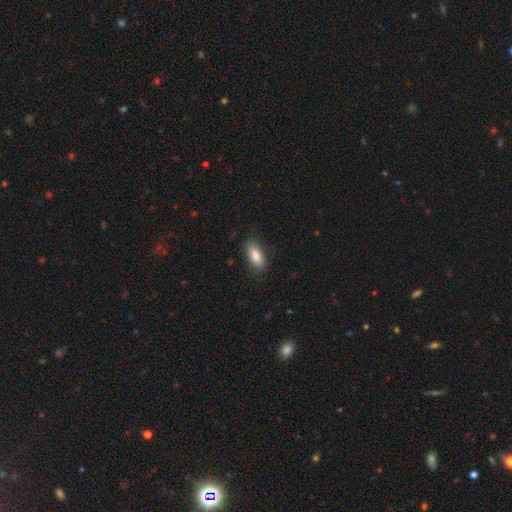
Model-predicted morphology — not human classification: Smooth or featured: smooth — 85% (featured or disk — 8%)
How rounded: in between — 84% (cigar-shaped — 13%)
Merging: none — 80% (minor disturbance — 15%)